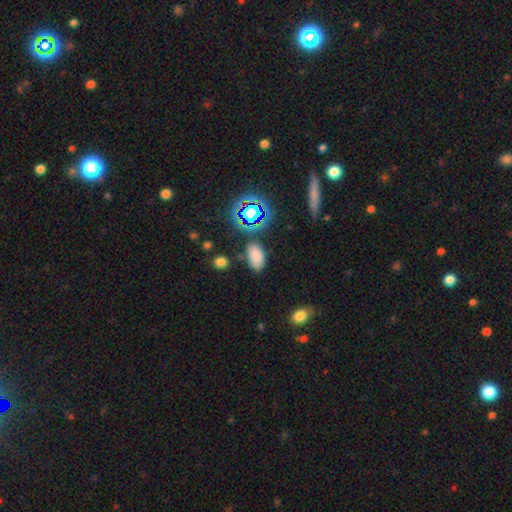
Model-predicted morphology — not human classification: Smooth or featured: smooth — 73% (star or artifact — 21%)
How rounded: in between — 92% (round — 6%)
Merging: none — 77% (minor disturbance — 14%)